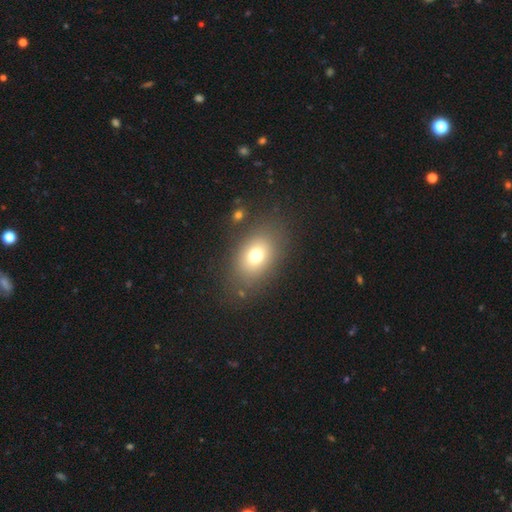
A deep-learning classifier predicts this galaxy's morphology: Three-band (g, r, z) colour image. It shows a smooth galaxy with no disk features (72%) that is in between round and cigar-shaped (71%). Merging: none (79%).